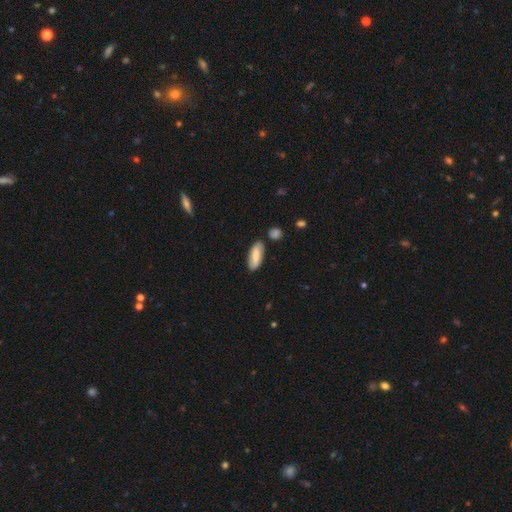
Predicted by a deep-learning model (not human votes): Morphology: type=smooth (73%); roundness=in between (73%); merging=none (81%).